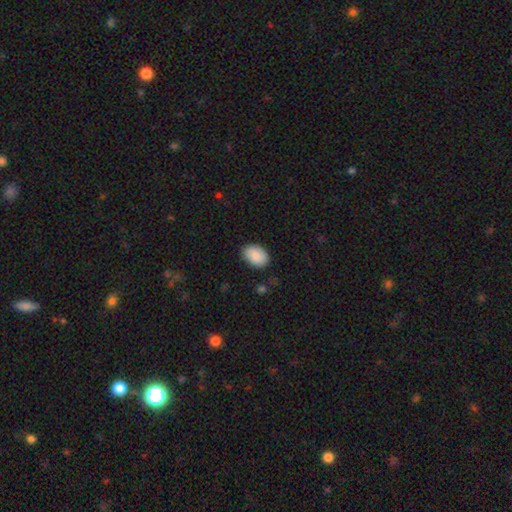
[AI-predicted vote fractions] Smooth or featured? Predicted: smooth (p=0.89). How rounded? Predicted: in between (p=0.87). Merging? Predicted: none (p=0.85).